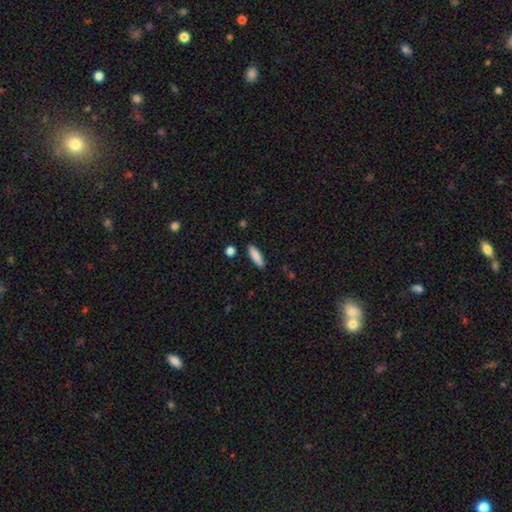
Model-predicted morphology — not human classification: A smooth galaxy with no disk features (86%) that is cigar-shaped (55%). Merging: none (87%).